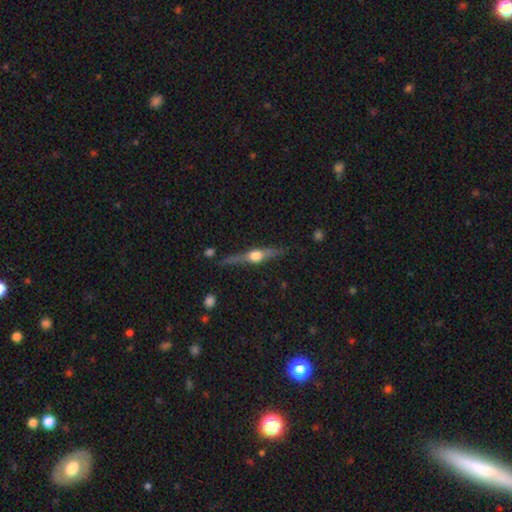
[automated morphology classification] Smooth or featured? Predicted: featured or disk (p=0.73). Edge-on disk? Predicted: yes (p=0.96). Edge-on bulge? Predicted: rounded (p=0.94). Merging? Predicted: none (p=0.79).